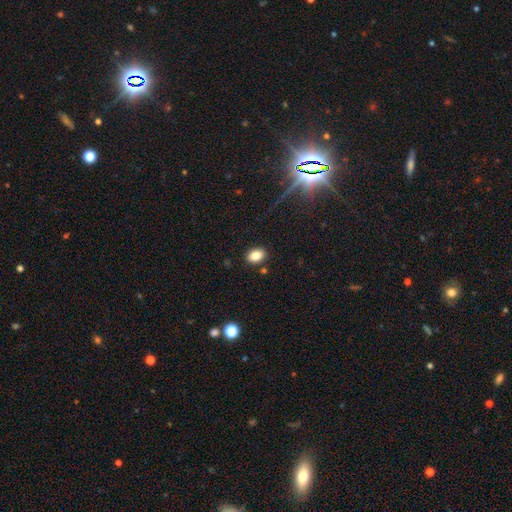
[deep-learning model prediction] smooth_or_featured: smooth (p=0.84) [alt: star or artifact p=0.10]
how_rounded: in between (p=0.80) [alt: round p=0.19]
merging: none (p=0.86) [alt: minor disturbance p=0.09]